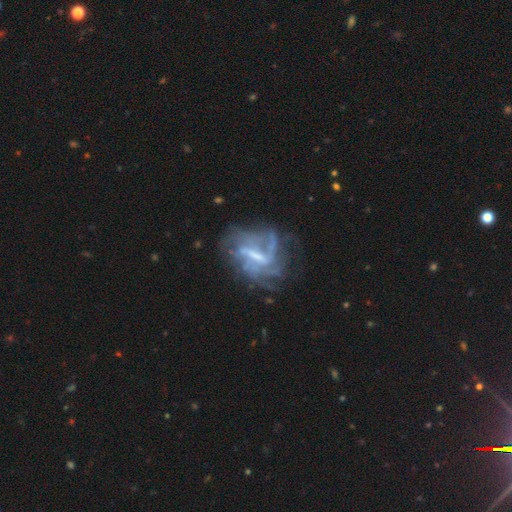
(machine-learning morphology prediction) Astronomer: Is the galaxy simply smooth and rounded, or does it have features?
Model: featured or disk — 79%.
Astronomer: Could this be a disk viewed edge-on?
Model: no — 95%.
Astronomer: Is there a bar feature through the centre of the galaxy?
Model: strong — 43% (runner-up: weak, 40%).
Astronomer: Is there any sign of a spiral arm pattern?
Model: yes — 77%.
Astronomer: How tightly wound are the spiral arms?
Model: loose — 38% (runner-up: medium, 37%).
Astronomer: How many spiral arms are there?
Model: can't tell — 42% (runner-up: 2, 19%).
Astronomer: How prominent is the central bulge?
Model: small — 36% (runner-up: none, 32%).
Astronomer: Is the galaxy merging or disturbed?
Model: none — 48% (runner-up: major disturbance, 27%).